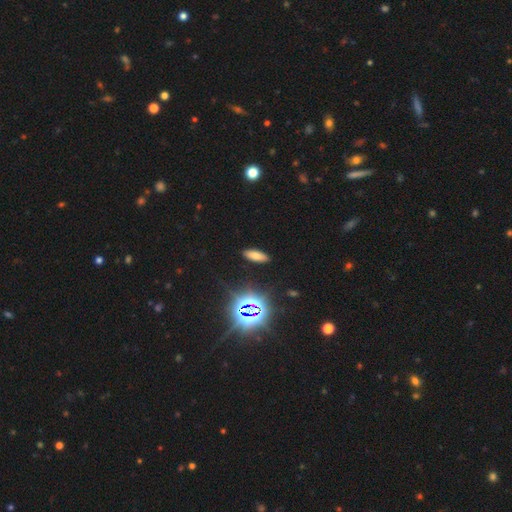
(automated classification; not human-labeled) smooth-or-featured: smooth: 62% | star or artifact: 27% | featured or disk: 11%
  how-rounded: in between: 68% | cigar-shaped: 27% | round: 4%
  merging: none: 90% | minor disturbance: 7% | major disturbance: 2% | merger: 1%